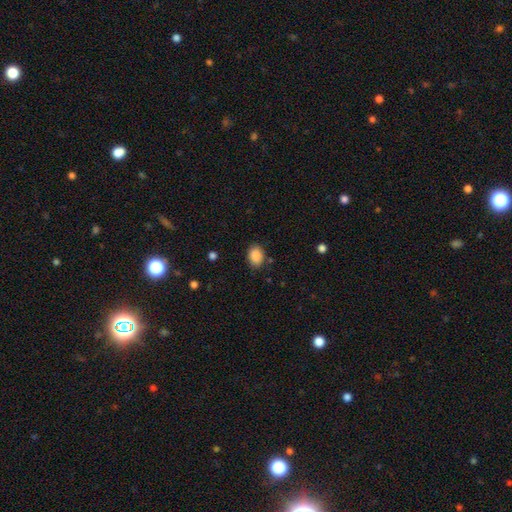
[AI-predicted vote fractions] smooth 88%, star or artifact 8%, featured or disk 4%. Down the decision tree: how rounded — in between (70%); merging — none (82%).